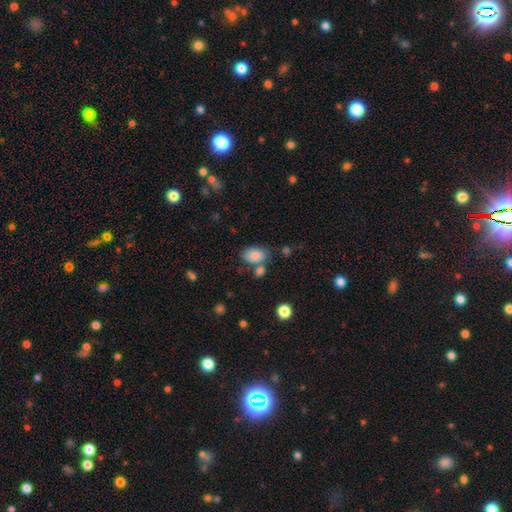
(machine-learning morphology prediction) Overall: smooth (83%). How rounded: in between (88%). Merging: none (56%; merger 20%).